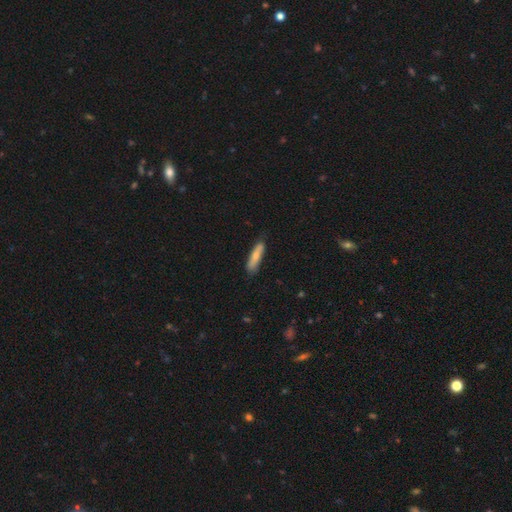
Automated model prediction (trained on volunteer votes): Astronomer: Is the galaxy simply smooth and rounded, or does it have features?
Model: smooth — 72%.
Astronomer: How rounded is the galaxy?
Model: cigar-shaped — 77%.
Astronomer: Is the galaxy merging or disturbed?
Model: none — 80%.